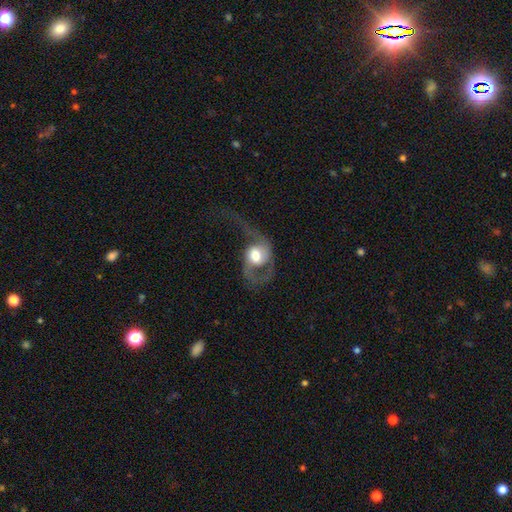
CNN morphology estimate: This appears to be a featured or disk galaxy (65%) with no bar (66%), 2 (66%) loose (66%) spiral arms (80%) and a moderate central bulge (47%). Merging: major disturbance (55%).